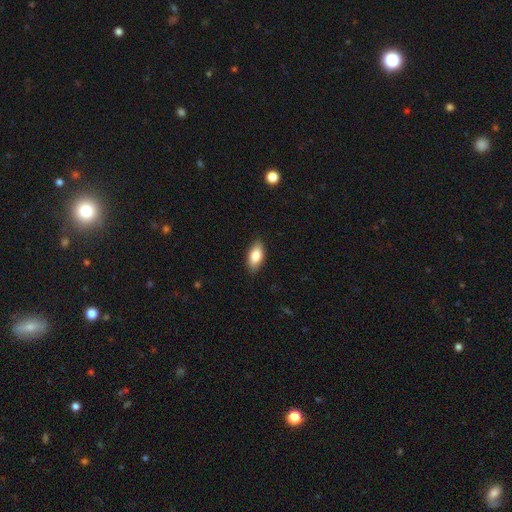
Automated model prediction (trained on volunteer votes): This is clearly a smooth galaxy (85%). How rounded: clearly in between (91%). Merging: clearly none (87%).